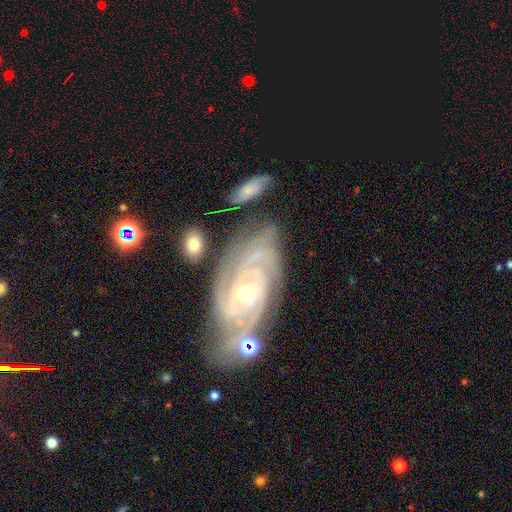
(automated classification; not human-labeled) A featured or disk galaxy (88%) with no bar (59%), 3 (29%) tight (70%) spiral arms (97%) and a small central bulge (61%). Merging: none (61%).